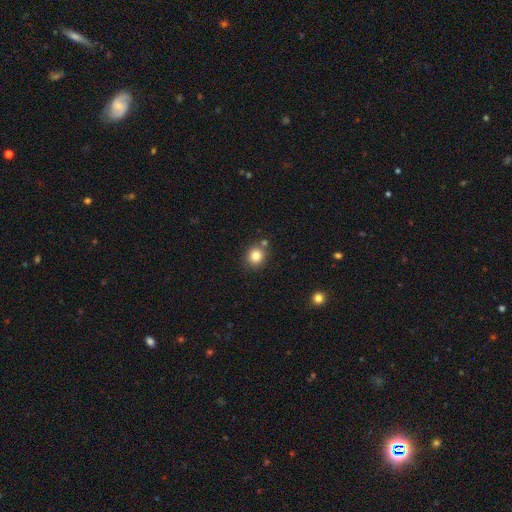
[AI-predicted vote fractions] A smooth galaxy with no disk features (82%) that is round (85%).

Vote fractions:
- Smooth or featured? smooth: 82% / star or artifact: 11% / featured or disk: 7%
- How rounded? round: 85% / in between: 14% / cigar-shaped: 1%
- Merging? none: 78% / merger: 10% / minor disturbance: 10% / major disturbance: 3%